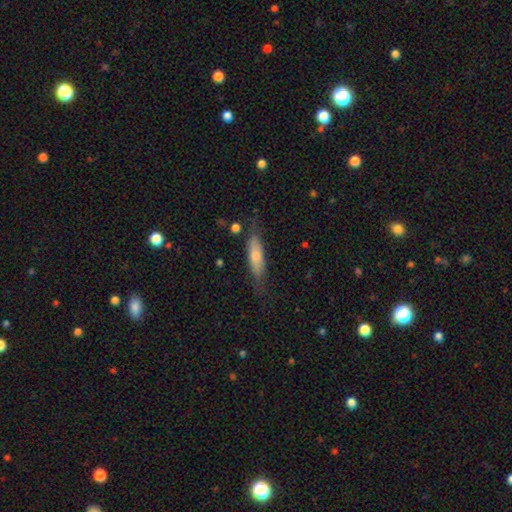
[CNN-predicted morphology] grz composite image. It shows a smooth galaxy with no disk features (67%) that is cigar-shaped (66%). Merging: none (70%).